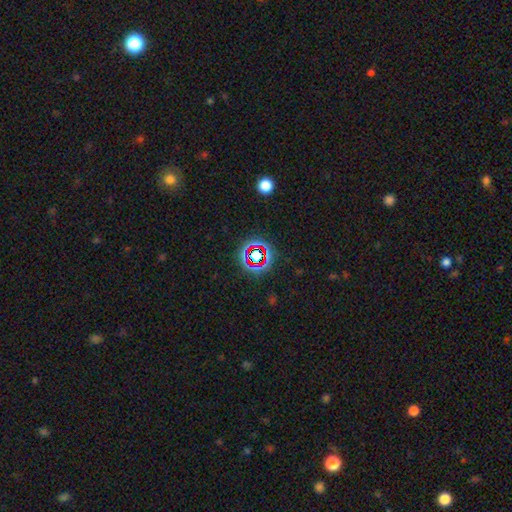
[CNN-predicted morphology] type=star or artifact (71%).